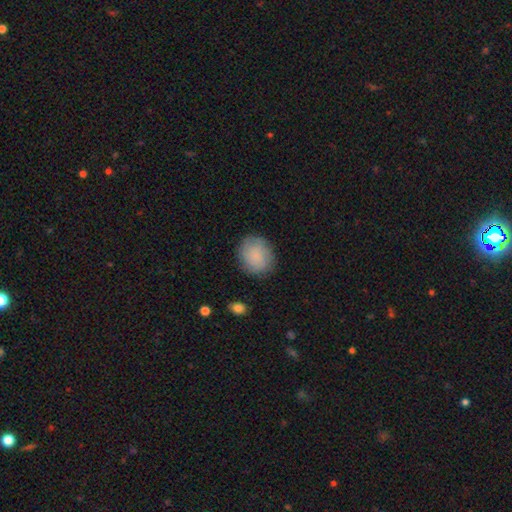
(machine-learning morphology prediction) smooth 78%, featured or disk 14%, star or artifact 8%. Down the decision tree: how rounded — round (77%); merging — none (83%).